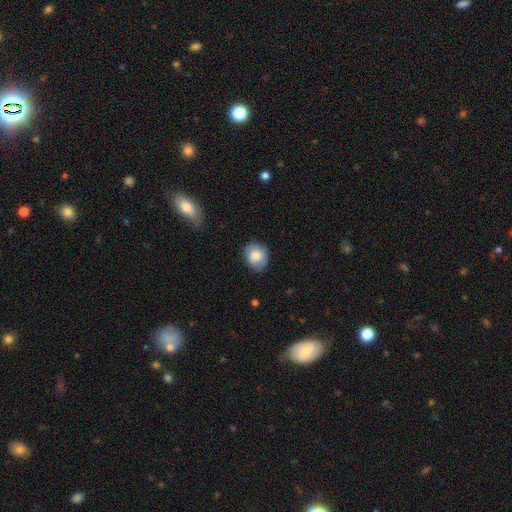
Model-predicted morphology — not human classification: Q: Smooth or featured?
A: smooth (75%); runner-up: featured or disk (18%)
Q: How rounded?
A: round (60%); runner-up: in between (39%)
Q: Merging?
A: none (74%); runner-up: minor disturbance (20%)